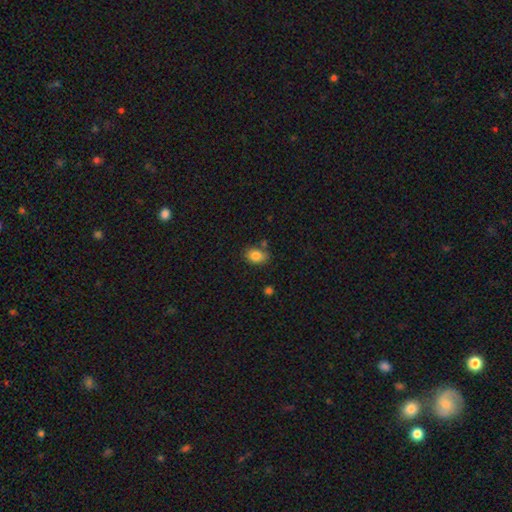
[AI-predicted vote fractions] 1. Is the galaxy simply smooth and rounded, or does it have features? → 83% smooth, 9% star or artifact, 8% featured or disk.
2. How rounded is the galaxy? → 71% in between, 28% round, 1% cigar-shaped.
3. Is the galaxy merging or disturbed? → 70% none, 17% minor disturbance, 8% merger, 4% major disturbance.